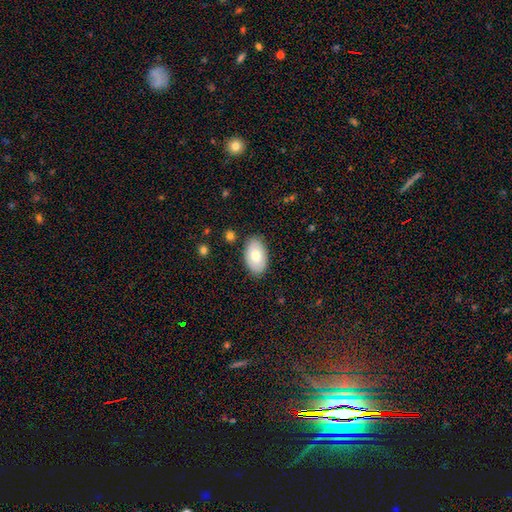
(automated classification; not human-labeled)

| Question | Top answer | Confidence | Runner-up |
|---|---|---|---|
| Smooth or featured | smooth | 73% | featured or disk (21%) |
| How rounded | in between | 94% | round (5%) |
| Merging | none | 85% | minor disturbance (11%) |